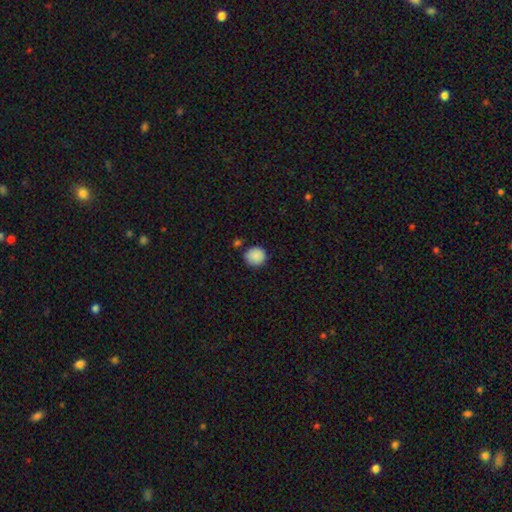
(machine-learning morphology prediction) Smooth or featured? smooth (88%)
How rounded? round (89%)
Merging? none (81%)